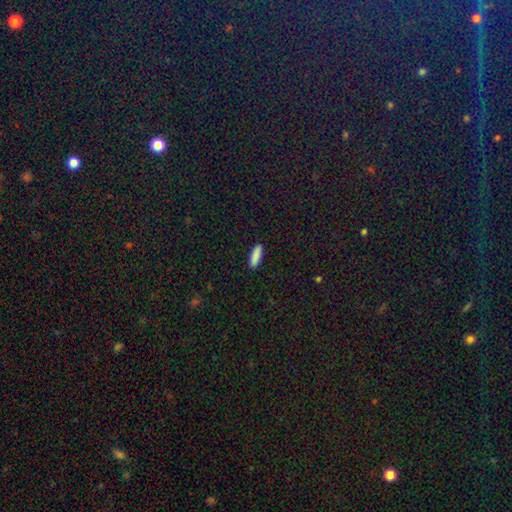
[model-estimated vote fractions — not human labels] smooth_or_featured: smooth (p=0.88) [alt: star or artifact p=0.06]
how_rounded: cigar-shaped (p=0.61) [alt: in between p=0.37]
merging: none (p=0.91) [alt: minor disturbance p=0.06]